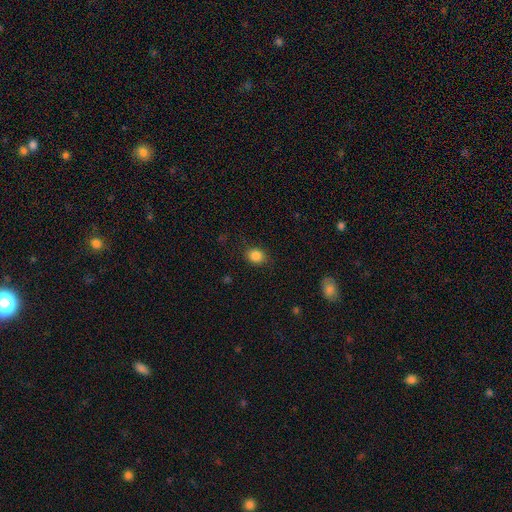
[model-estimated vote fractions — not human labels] Morphology: type=smooth (85%); roundness=round (61%); merging=none (84%).